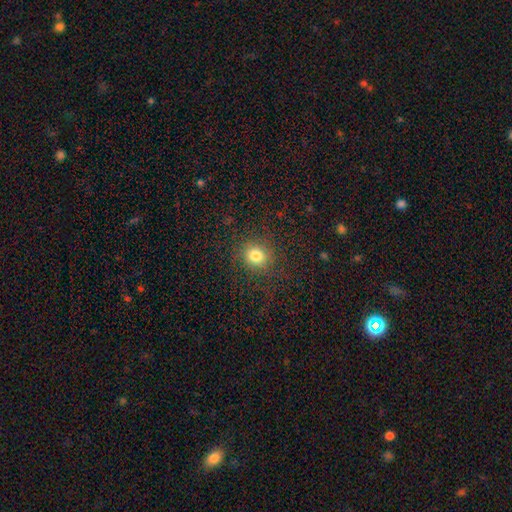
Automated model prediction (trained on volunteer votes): This appears to be a smooth galaxy with no disk features (78%) that is round (84%). Merging: none (84%).